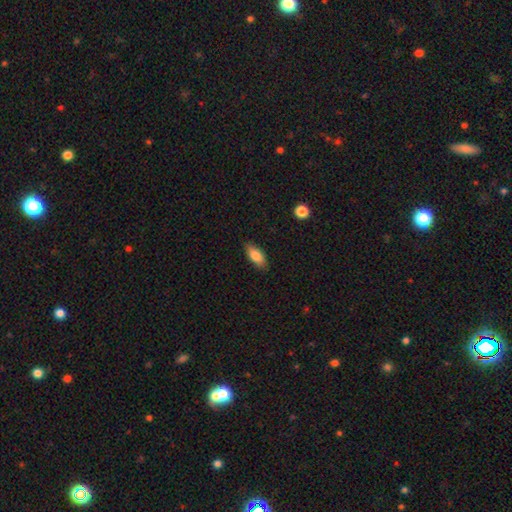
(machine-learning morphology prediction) Overall: smooth (83%). How rounded: in between (86%). Merging: none (86%).